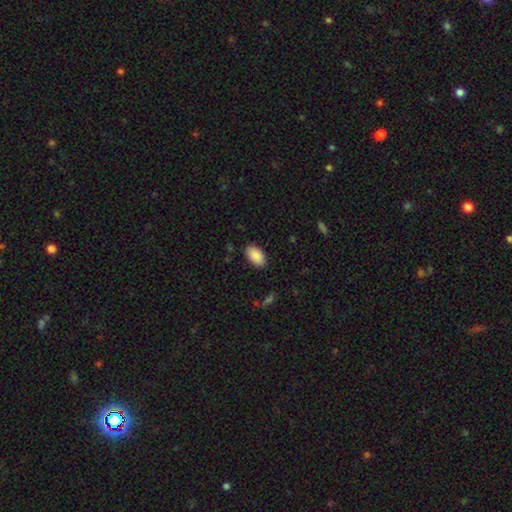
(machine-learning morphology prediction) Smooth or featured: smooth — 90% (star or artifact — 7%)
How rounded: in between — 94% (round — 5%)
Merging: none — 87% (minor disturbance — 10%)